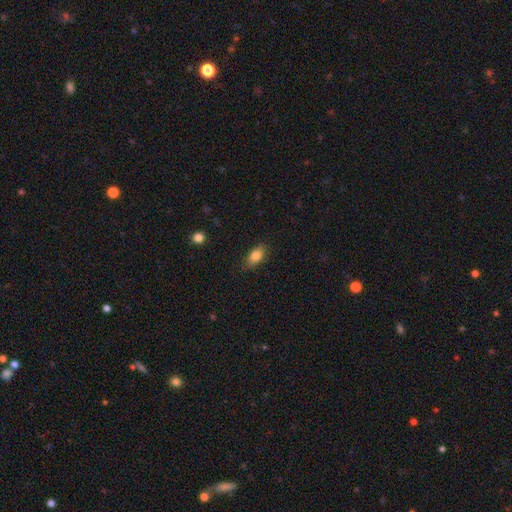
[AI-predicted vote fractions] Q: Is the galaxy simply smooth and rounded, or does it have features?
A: smooth — 81%.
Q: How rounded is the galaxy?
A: in between — 86%.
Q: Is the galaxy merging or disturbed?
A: none — 81%.